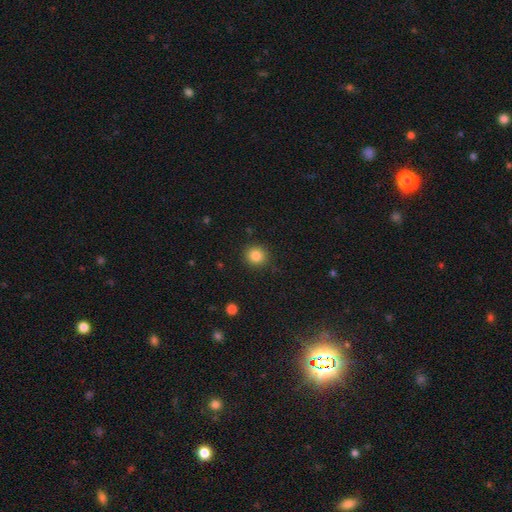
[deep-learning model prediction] This appears to be a smooth galaxy with no disk features (84%) that is round (88%). Merging: none (90%).